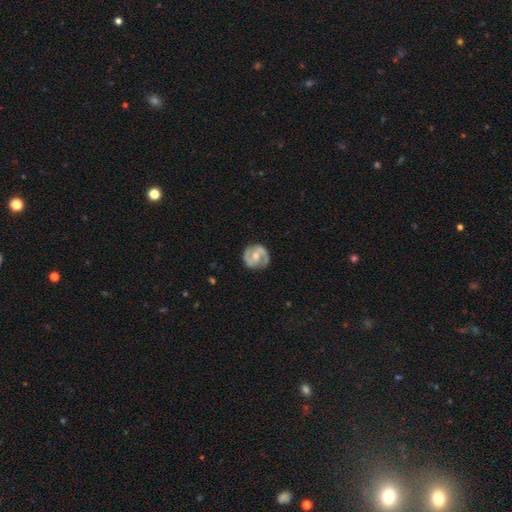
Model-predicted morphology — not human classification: type=featured or disk (76%); edge-on=no (98%); bar=weak (45%); spiral arms=yes (89%); winding=medium (48%); arm count=2 (84%); bulge=moderate (59%); merging=none (78%).